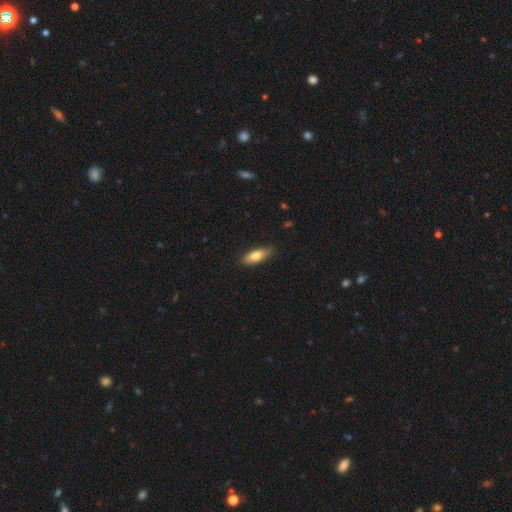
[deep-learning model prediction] Overall: smooth (76%). How rounded: in between (61%; cigar-shaped 37%). Merging: none (84%).